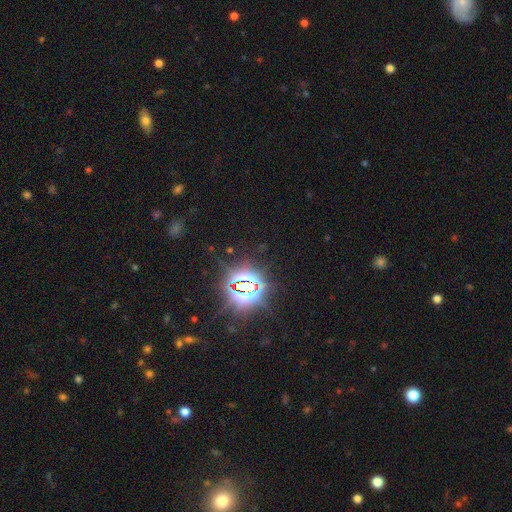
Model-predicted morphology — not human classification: Smooth or featured?
  - star or artifact: 83% *
  - smooth: 10%
  - featured or disk: 7%